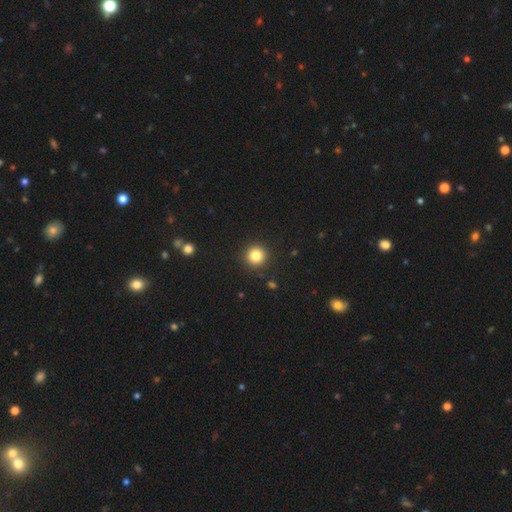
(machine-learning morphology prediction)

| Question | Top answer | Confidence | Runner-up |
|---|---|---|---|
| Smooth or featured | smooth | 83% | star or artifact (11%) |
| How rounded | round | 95% | in between (4%) |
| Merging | none | 92% | minor disturbance (5%) |